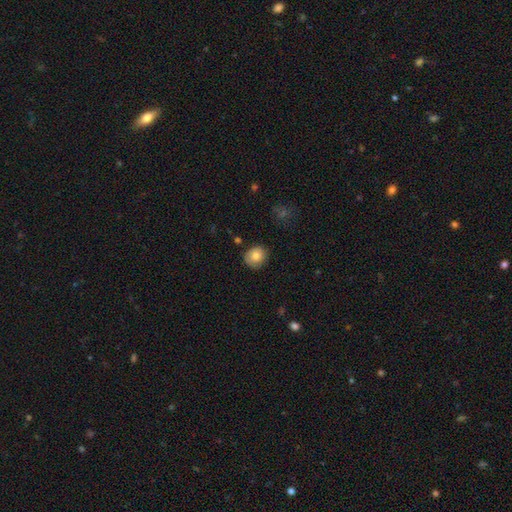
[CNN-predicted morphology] type=smooth (81%); roundness=round (81%); merging=none (84%).